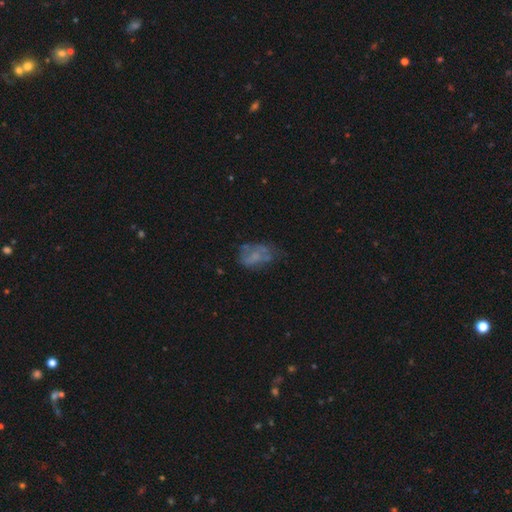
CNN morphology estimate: This appears to be a smooth galaxy with no disk features (43%). Merging: none (43%).